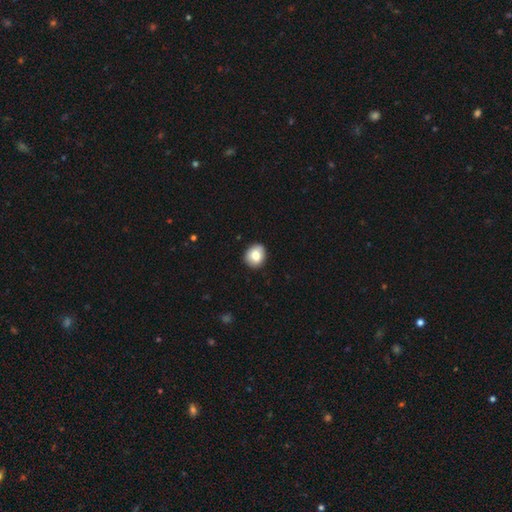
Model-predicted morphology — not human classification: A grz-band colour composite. It shows a smooth galaxy with no disk features (79%) that is round (68%). Merging: none (87%).